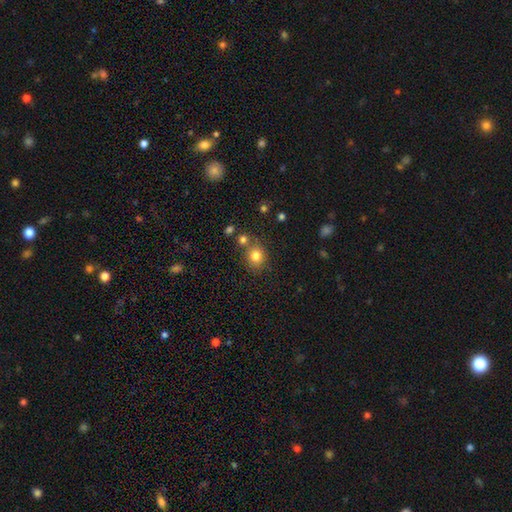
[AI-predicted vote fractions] smooth_or_featured: smooth (p=0.80) [alt: star or artifact p=0.12]
how_rounded: round (p=0.79) [alt: in between p=0.21]
merging: none (p=0.69) [alt: merger p=0.17]